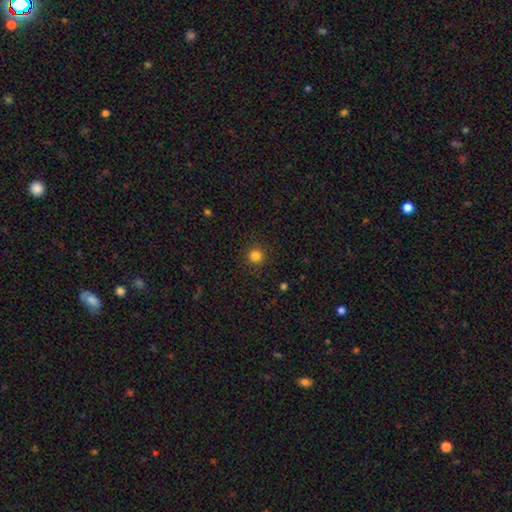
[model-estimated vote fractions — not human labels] Smooth or featured: smooth — 84% (star or artifact — 13%)
How rounded: round — 95% (in between — 4%)
Merging: none — 91% (minor disturbance — 5%)